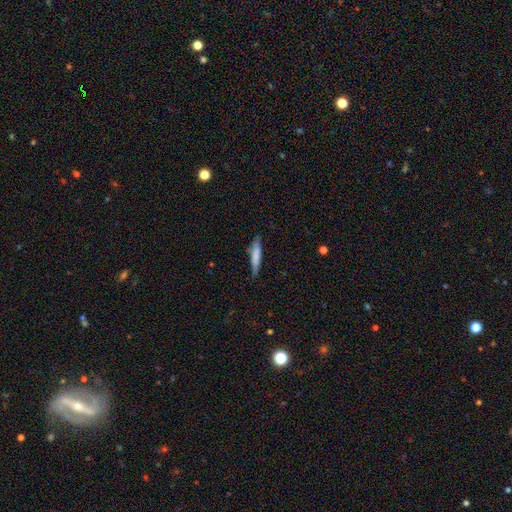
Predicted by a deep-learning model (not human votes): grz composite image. It shows a smooth galaxy with no disk features (74%) that is cigar-shaped (89%). Merging: none (80%).